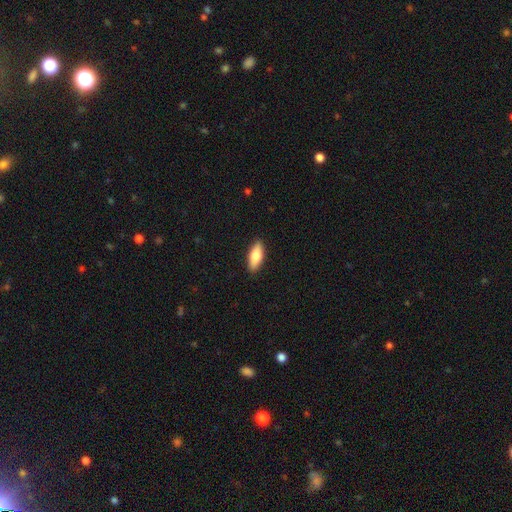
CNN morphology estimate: The model was most divided on "how rounded": in between: 73%, cigar-shaped: 24%, round: 2%. More confident: merging — none (90%); smooth or featured — smooth (77%).